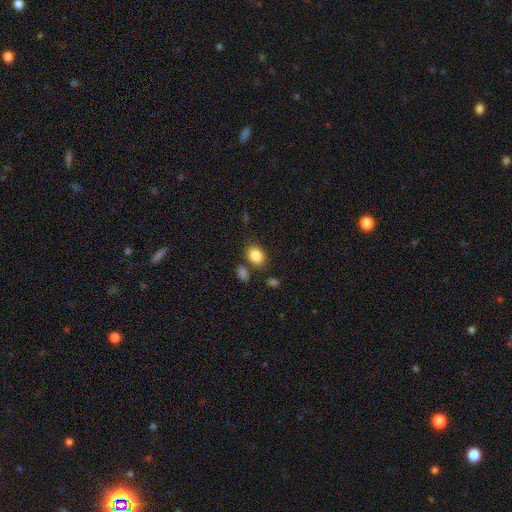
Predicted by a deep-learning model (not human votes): Q: Smooth or featured?
A: smooth (84%); runner-up: star or artifact (9%)
Q: How rounded?
A: in between (58%); runner-up: round (41%)
Q: Merging?
A: none (76%); runner-up: minor disturbance (13%)